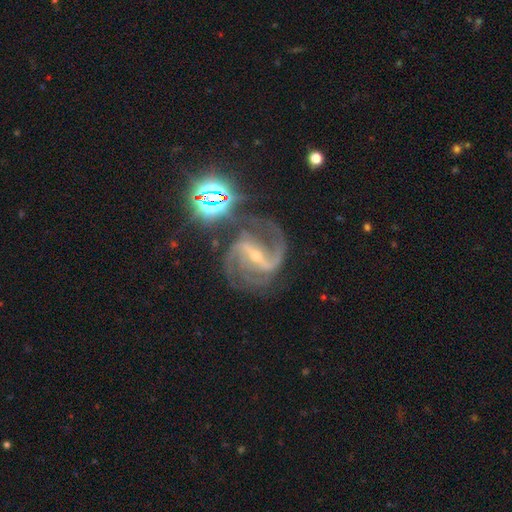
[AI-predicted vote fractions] A featured or disk galaxy (86%) with a strong bar (51%), 2 (85%) medium (55%) spiral arms (97%) and a small central bulge (72%).

Vote fractions:
- Smooth or featured? featured or disk: 86% / star or artifact: 9% / smooth: 4%
- Edge-on disk? no: 97% / yes: 3%
- Bar? strong: 51% / weak: 36% / no: 13%
- Spiral arms? yes: 97% / no: 3%
- Spiral winding? medium: 55% / tight: 25% / loose: 20%
- Spiral arm count? 2: 85% / 3: 4% / can't tell: 4% / 1: 3% / 4: 2% / more than 4: 2%
- Bulge size? small: 72% / moderate: 24% / none: 2% / large: 1% / dominant: 1%
- Merging? none: 66% / minor disturbance: 15% / merger: 10% / major disturbance: 9%